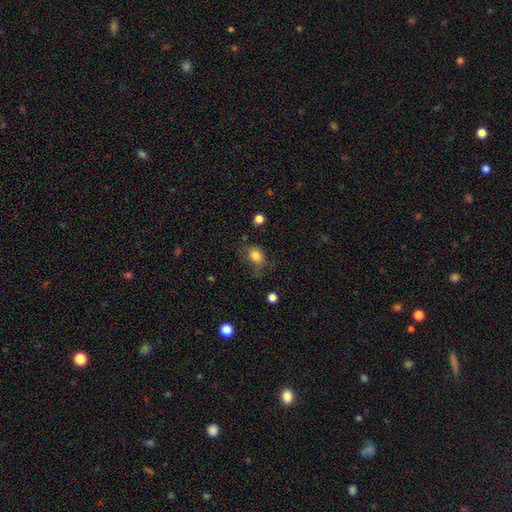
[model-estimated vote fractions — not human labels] Smooth or featured? Predicted: smooth (p=0.82). How rounded? Predicted: in between (p=0.52). Merging? Predicted: none (p=0.58).